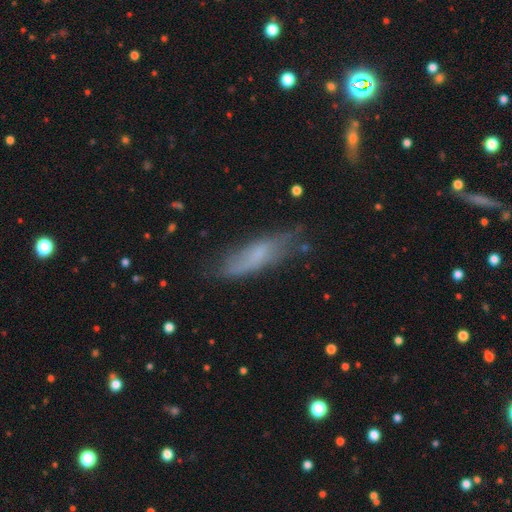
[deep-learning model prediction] Smooth or featured? Predicted: smooth (p=0.61). How rounded? Predicted: cigar-shaped (p=0.57). Merging? Predicted: none (p=0.64).